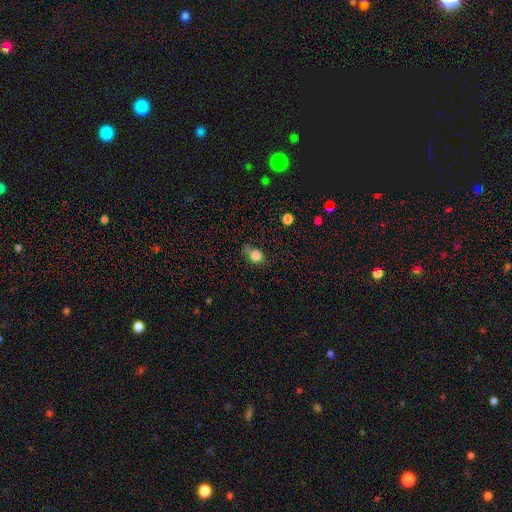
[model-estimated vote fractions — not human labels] A smooth galaxy with no disk features (81%) that is round (67%). Merging: none (57%).